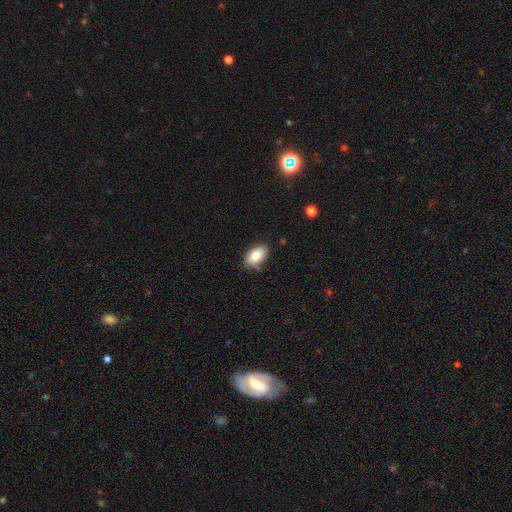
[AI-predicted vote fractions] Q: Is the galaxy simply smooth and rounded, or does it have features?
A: smooth — 84%.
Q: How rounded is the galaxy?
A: in between — 93%.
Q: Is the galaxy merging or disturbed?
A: none — 79%.